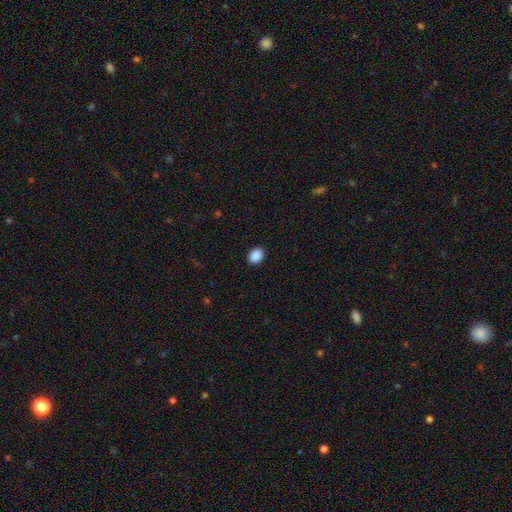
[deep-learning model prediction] The model was most divided on "how rounded": in between: 73%, round: 26%, cigar-shaped: 1%. More confident: merging — none (90%); smooth or featured — smooth (90%).